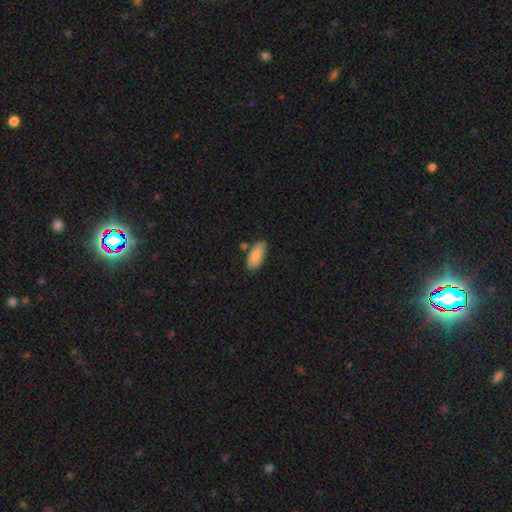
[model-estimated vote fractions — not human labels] A smooth galaxy with no disk features (87%) that is in between round and cigar-shaped (88%).

Vote fractions:
- Smooth or featured? smooth: 87% / featured or disk: 7% / star or artifact: 6%
- How rounded? in between: 88% / cigar-shaped: 10% / round: 2%
- Merging? none: 73% / minor disturbance: 18% / merger: 7% / major disturbance: 3%